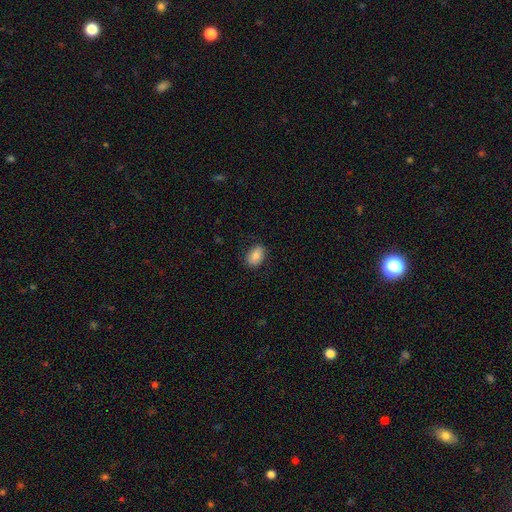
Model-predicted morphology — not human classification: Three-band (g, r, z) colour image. It shows a smooth galaxy with no disk features (81%) that is in between round and cigar-shaped (79%). Merging: none (84%).